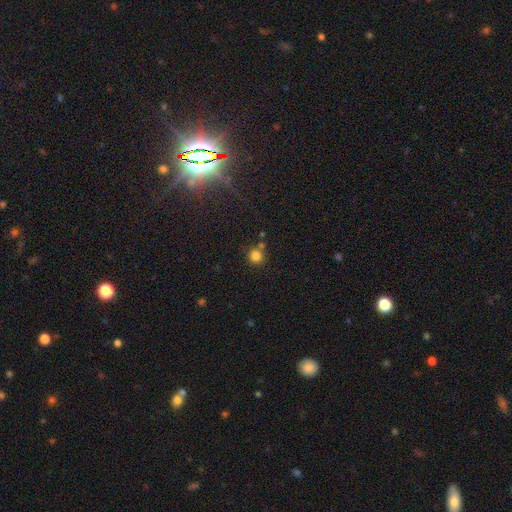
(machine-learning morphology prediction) The model was most divided on "merging": none: 73%, merger: 13%, minor disturbance: 10%, major disturbance: 3%. More confident: how rounded — round (92%); smooth or featured — smooth (82%).